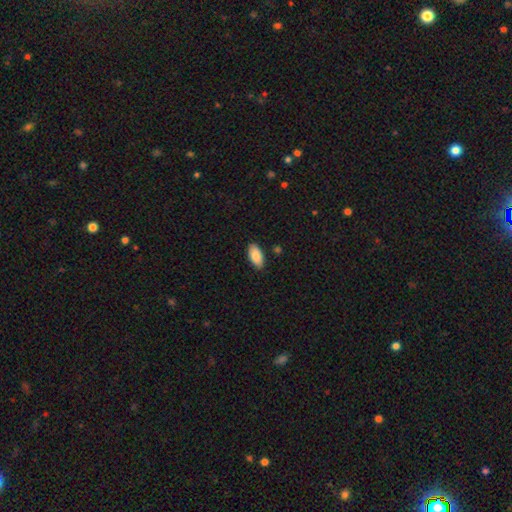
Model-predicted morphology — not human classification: A smooth galaxy with no disk features (88%) that is in between round and cigar-shaped (92%).

Vote fractions:
- Smooth or featured? smooth: 88% / star or artifact: 6% / featured or disk: 6%
- How rounded? in between: 92% / cigar-shaped: 6% / round: 2%
- Merging? none: 87% / minor disturbance: 10% / major disturbance: 2% / merger: 1%